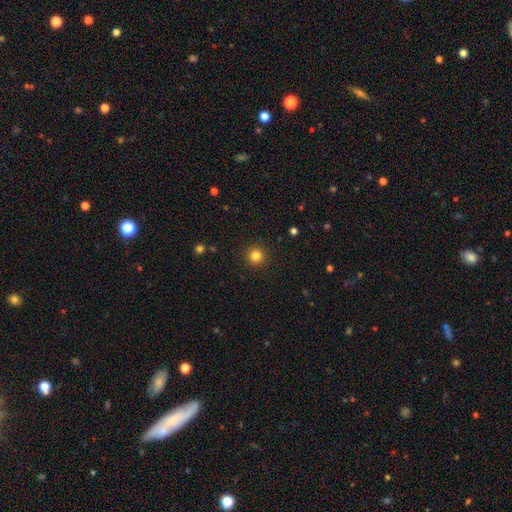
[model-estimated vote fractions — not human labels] This appears to be a smooth galaxy with no disk features (83%) that is round (95%). Merging: none (92%).